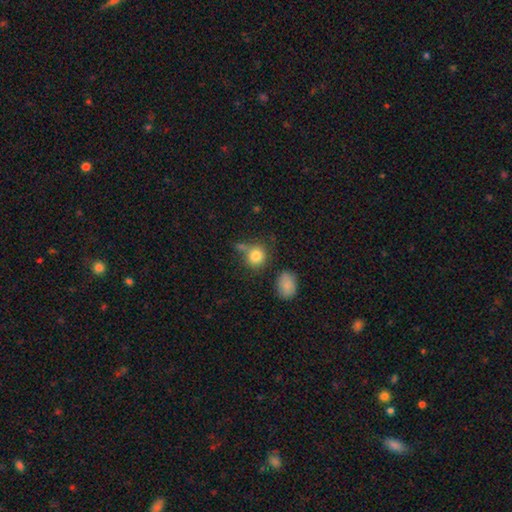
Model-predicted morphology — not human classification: A smooth galaxy with no disk features (82%) that is round (83%).

Vote fractions:
- Smooth or featured? smooth: 82% / star or artifact: 10% / featured or disk: 8%
- How rounded? round: 83% / in between: 16% / cigar-shaped: 1%
- Merging? none: 63% / merger: 17% / minor disturbance: 14% / major disturbance: 6%